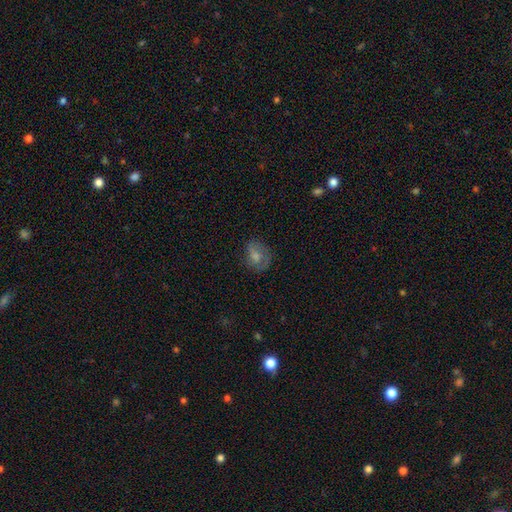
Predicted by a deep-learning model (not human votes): smooth 43%, featured or disk 40%, star or artifact 17%. Down the decision tree: merging — none (66%).